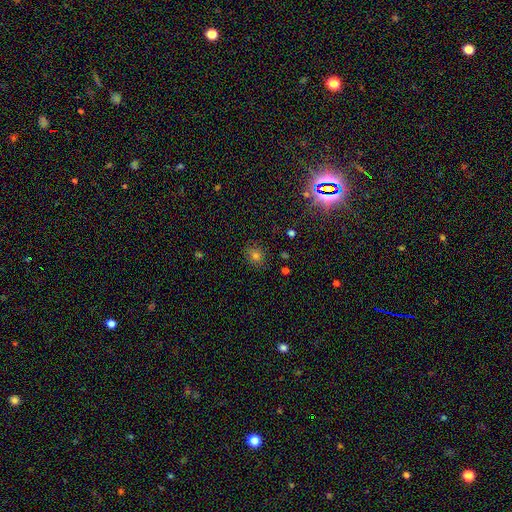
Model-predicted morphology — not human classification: Smooth or featured?
  - smooth: 73% *
  - star or artifact: 19%
  - featured or disk: 8%
How rounded?
  - round: 63% *
  - in between: 36%
  - cigar-shaped: 1%
Merging?
  - none: 85% *
  - minor disturbance: 11%
  - major disturbance: 3%
  - merger: 1%